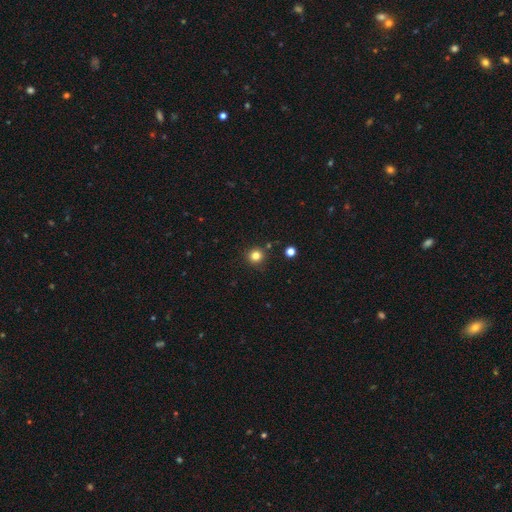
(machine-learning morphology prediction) Q: Smooth or featured?
A: smooth (80%); runner-up: star or artifact (14%)
Q: How rounded?
A: round (94%); runner-up: in between (5%)
Q: Merging?
A: none (87%); runner-up: minor disturbance (7%)